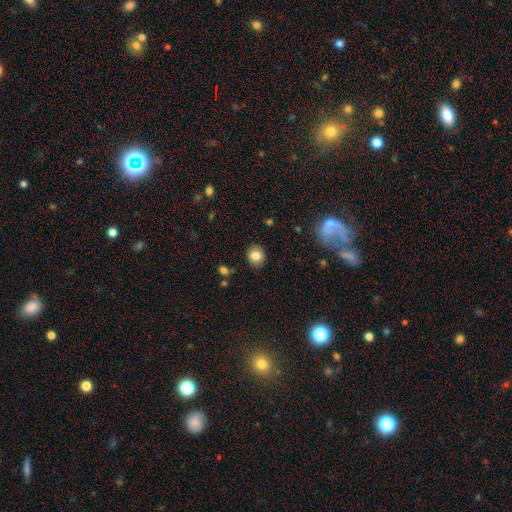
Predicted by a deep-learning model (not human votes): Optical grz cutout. It shows a smooth galaxy with no disk features (81%) that is round (68%). Merging: none (88%).